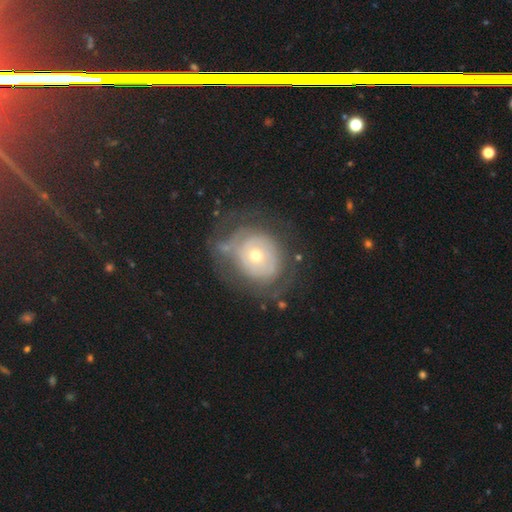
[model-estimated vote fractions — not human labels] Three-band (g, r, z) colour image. It shows a featured or disk galaxy (65%) with no bar (84%), spiral arms (61%) and a moderate central bulge (49%). Merging: none (55%).